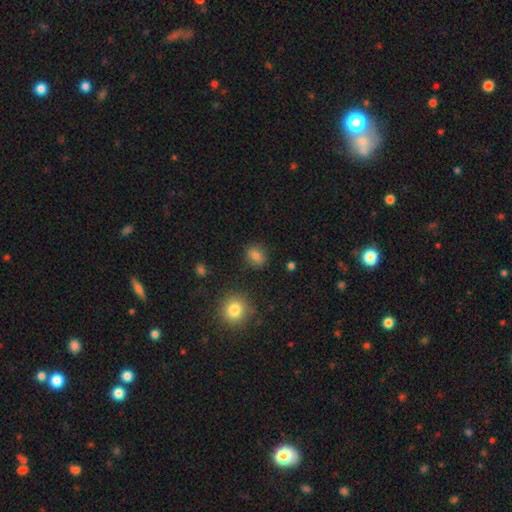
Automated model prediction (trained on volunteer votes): A smooth galaxy with no disk features (80%) that is round (66%).

Vote fractions:
- Smooth or featured? smooth: 80% / star or artifact: 12% / featured or disk: 8%
- How rounded? round: 66% / in between: 32% / cigar-shaped: 1%
- Merging? none: 86% / minor disturbance: 9% / major disturbance: 3% / merger: 2%